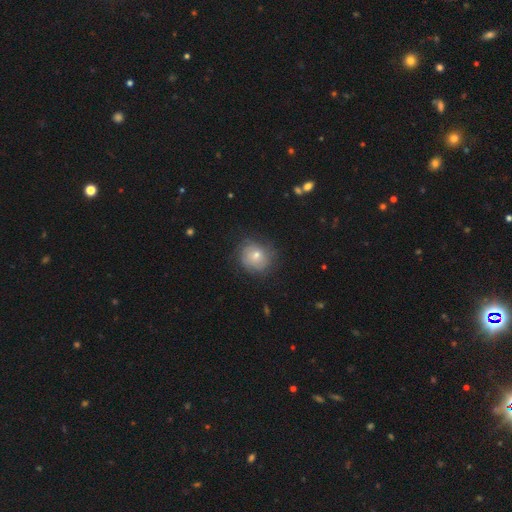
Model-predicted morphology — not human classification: This appears to be a smooth galaxy with no disk features (54%) that is round (82%). Merging: none (73%).